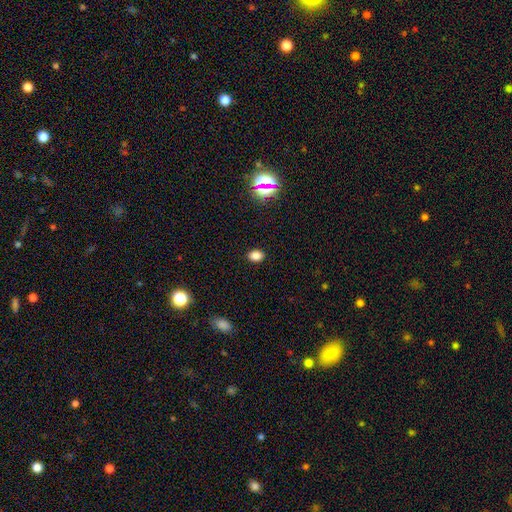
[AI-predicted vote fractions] Smooth or featured?
  - smooth: 80% *
  - star or artifact: 15%
  - featured or disk: 5%
How rounded?
  - in between: 71% *
  - round: 28%
  - cigar-shaped: 1%
Merging?
  - none: 89% *
  - minor disturbance: 8%
  - major disturbance: 2%
  - merger: 1%